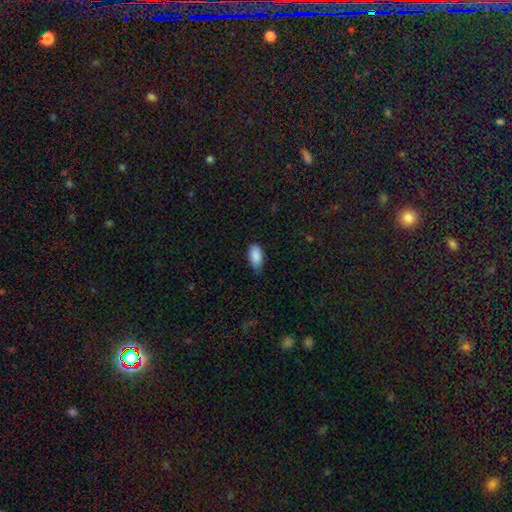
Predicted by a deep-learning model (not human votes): Smooth or featured: smooth — 89% (star or artifact — 7%)
How rounded: in between — 94% (cigar-shaped — 3%)
Merging: none — 59% (minor disturbance — 35%)